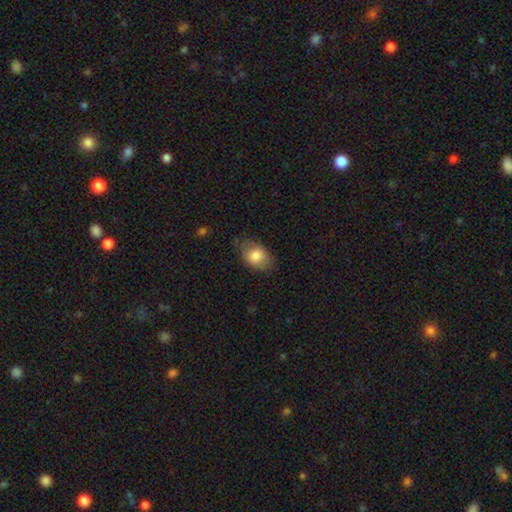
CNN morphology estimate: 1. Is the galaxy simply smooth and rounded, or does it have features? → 81% smooth, 12% featured or disk, 7% star or artifact.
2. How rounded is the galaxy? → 81% in between, 17% round, 1% cigar-shaped.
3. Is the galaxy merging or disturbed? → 72% none, 21% minor disturbance, 6% major disturbance, 1% merger.